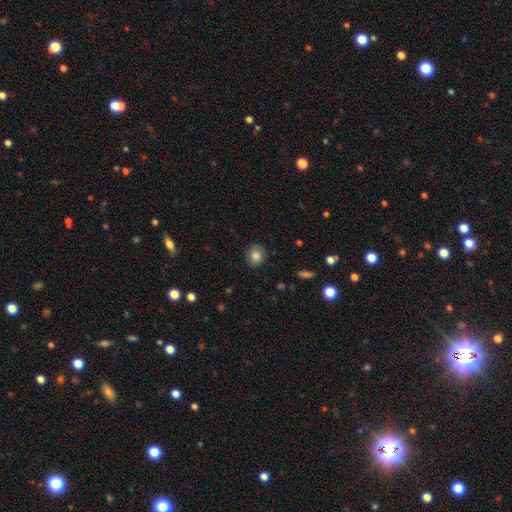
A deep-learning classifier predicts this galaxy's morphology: type=smooth (83%); roundness=round (76%); merging=none (86%).